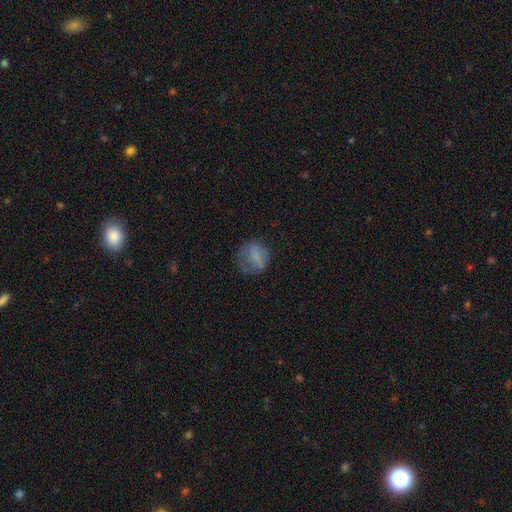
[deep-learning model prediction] smooth 70%, featured or disk 20%, star or artifact 11%. Down the decision tree: how rounded — round (73%); merging — none (63%).